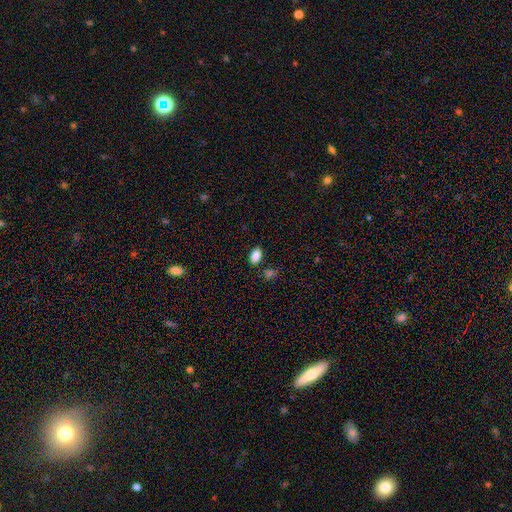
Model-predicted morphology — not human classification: smooth_or_featured: smooth (p=0.87) [alt: star or artifact p=0.09]
how_rounded: in between (p=0.90) [alt: round p=0.08]
merging: none (p=0.82) [alt: minor disturbance p=0.11]